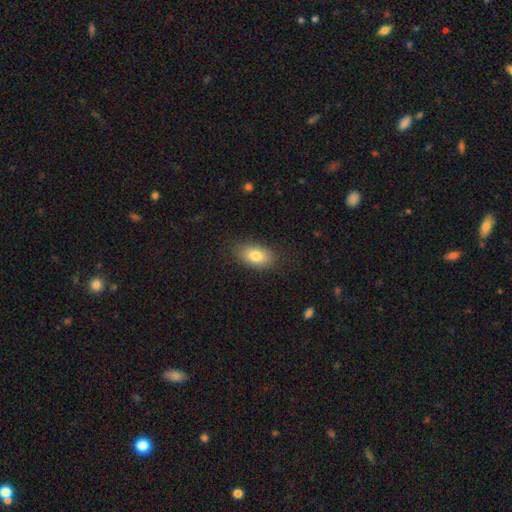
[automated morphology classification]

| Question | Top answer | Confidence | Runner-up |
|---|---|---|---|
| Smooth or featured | smooth | 81% | featured or disk (11%) |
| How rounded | in between | 89% | round (9%) |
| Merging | none | 83% | minor disturbance (12%) |